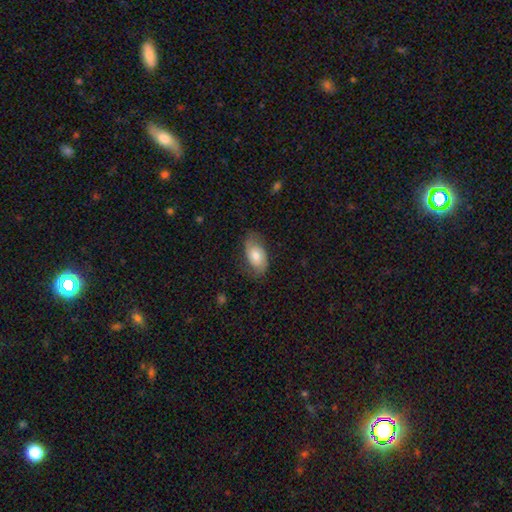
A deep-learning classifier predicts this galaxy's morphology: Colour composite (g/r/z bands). It shows a smooth galaxy with no disk features (51%) that is in between round and cigar-shaped (91%). Merging: none (71%).